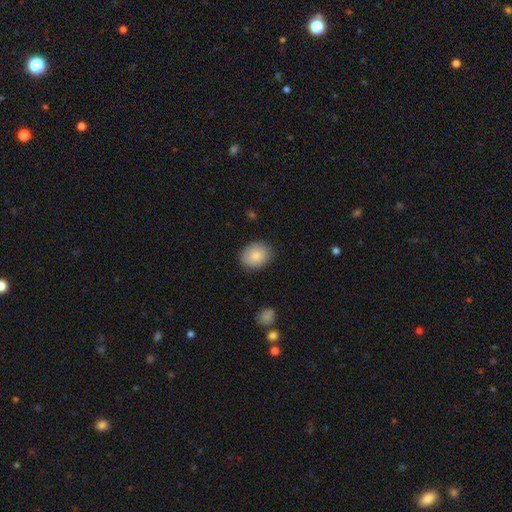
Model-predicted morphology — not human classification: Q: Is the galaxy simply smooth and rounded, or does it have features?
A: smooth — 87%.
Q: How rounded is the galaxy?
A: in between — 51%.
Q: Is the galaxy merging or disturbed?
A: none — 85%.